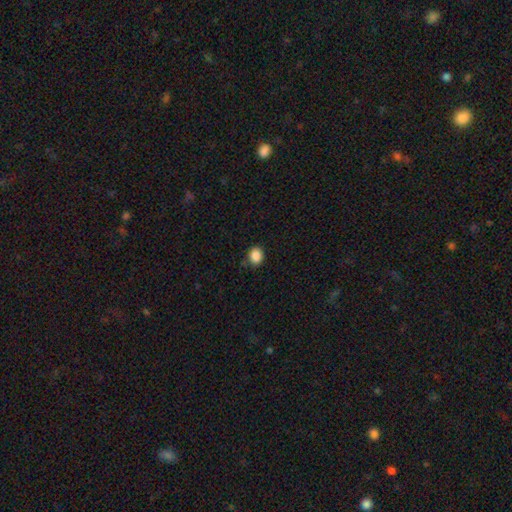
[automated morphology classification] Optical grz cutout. It shows a smooth galaxy with no disk features (88%) that is round (60%). Merging: none (84%).